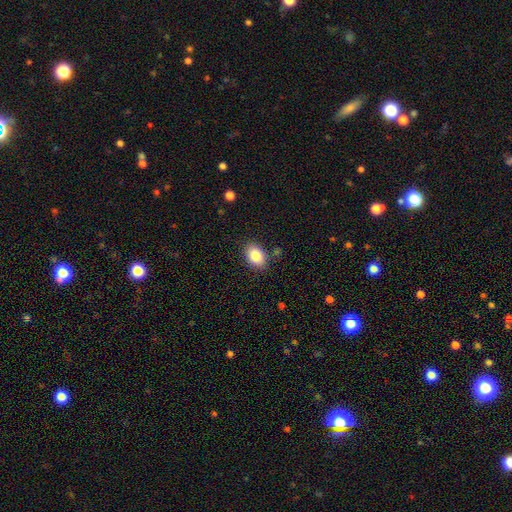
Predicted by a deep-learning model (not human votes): Smooth or featured: smooth — 86% (star or artifact — 8%)
How rounded: in between — 82% (round — 17%)
Merging: none — 84% (minor disturbance — 11%)